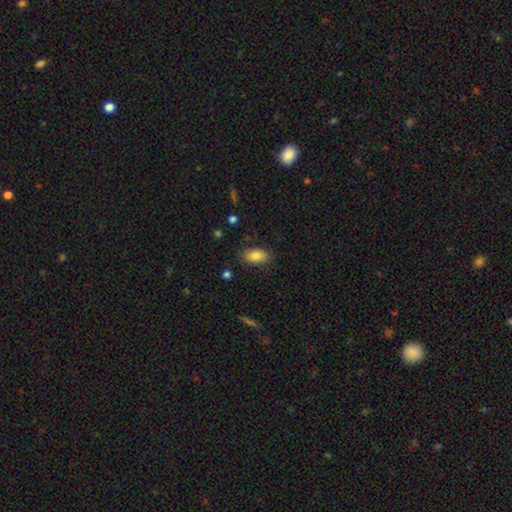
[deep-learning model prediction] Smooth or featured: smooth — 82% (featured or disk — 10%)
How rounded: in between — 91% (round — 5%)
Merging: none — 82% (minor disturbance — 14%)